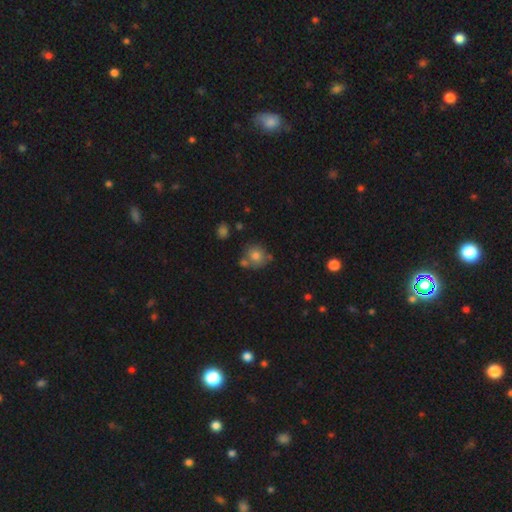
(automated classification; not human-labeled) Q: Smooth or featured?
A: smooth (76%); runner-up: featured or disk (13%)
Q: How rounded?
A: round (86%); runner-up: in between (13%)
Q: Merging?
A: none (62%); runner-up: merger (20%)